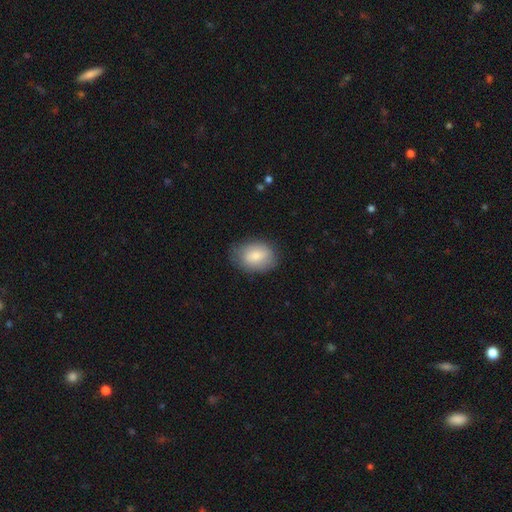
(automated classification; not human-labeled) This is clearly a smooth galaxy (80%). How rounded: likely in between (75%). Merging: likely none (77%).